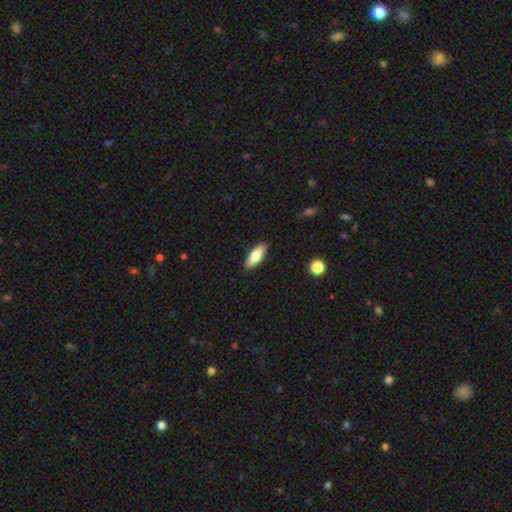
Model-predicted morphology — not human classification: A smooth galaxy with no disk features (78%) that is in between round and cigar-shaped (72%). Merging: none (89%).